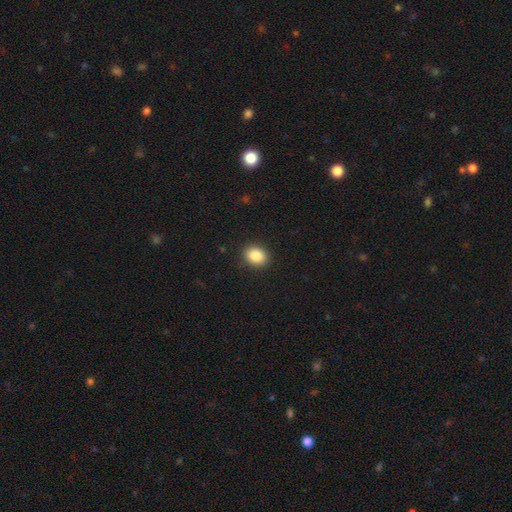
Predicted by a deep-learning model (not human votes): The model was most divided on "how rounded": in between: 56%, round: 43%, cigar-shaped: 1%. More confident: merging — none (90%); smooth or featured — smooth (86%).